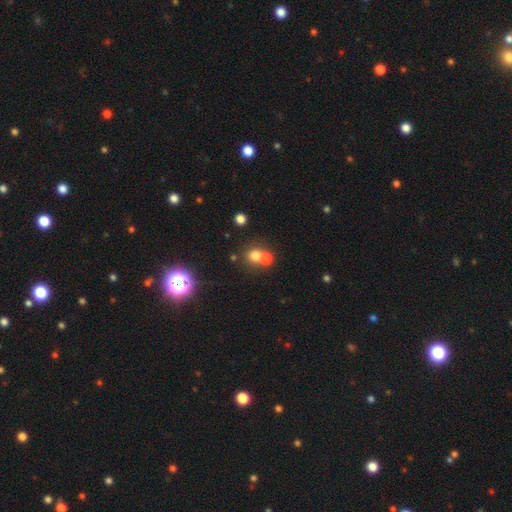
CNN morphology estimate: smooth 70%, star or artifact 17%, featured or disk 13%. Down the decision tree: how rounded — round (83%); merging — merger (49%).